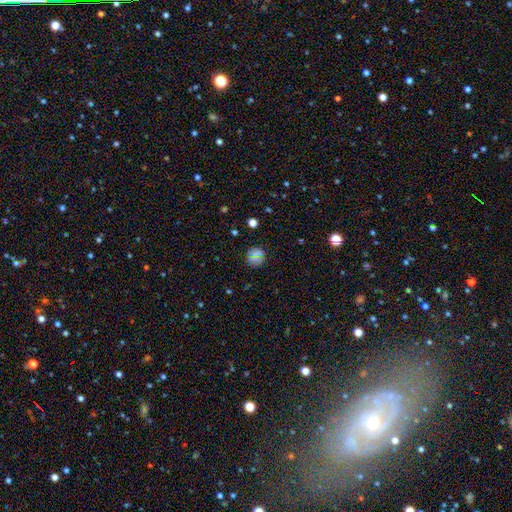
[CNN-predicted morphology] A smooth galaxy with no disk features (68%) that is round (90%).

Vote fractions:
- Smooth or featured? smooth: 68% / star or artifact: 22% / featured or disk: 10%
- How rounded? round: 90% / in between: 9% / cigar-shaped: 1%
- Merging? none: 82% / minor disturbance: 11% / major disturbance: 4% / merger: 4%